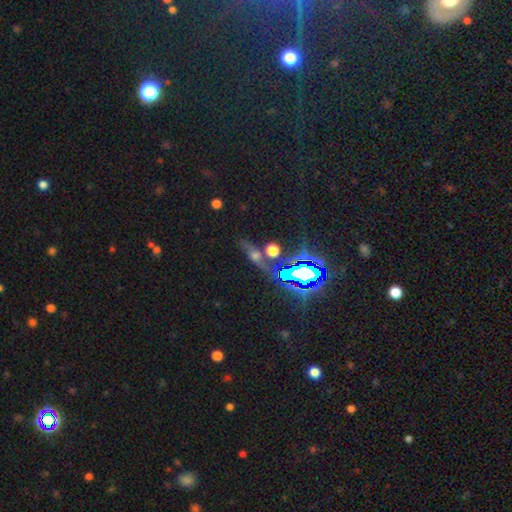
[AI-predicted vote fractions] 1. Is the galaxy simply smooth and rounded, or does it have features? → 43% star or artifact, 31% featured or disk, 25% smooth.